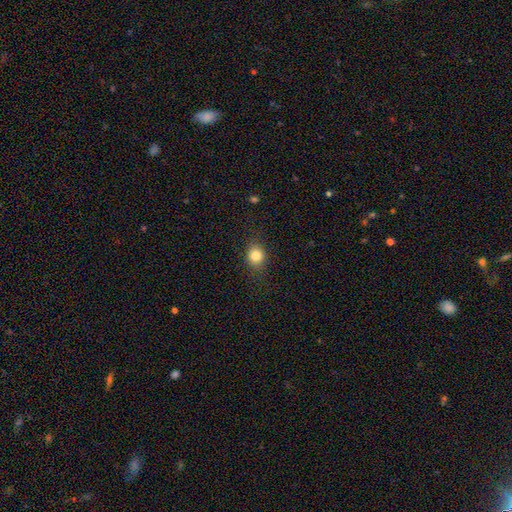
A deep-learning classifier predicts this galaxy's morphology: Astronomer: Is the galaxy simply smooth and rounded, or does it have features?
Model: smooth — 83%.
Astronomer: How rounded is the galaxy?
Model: round — 71%.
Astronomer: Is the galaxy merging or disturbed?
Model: none — 83%.